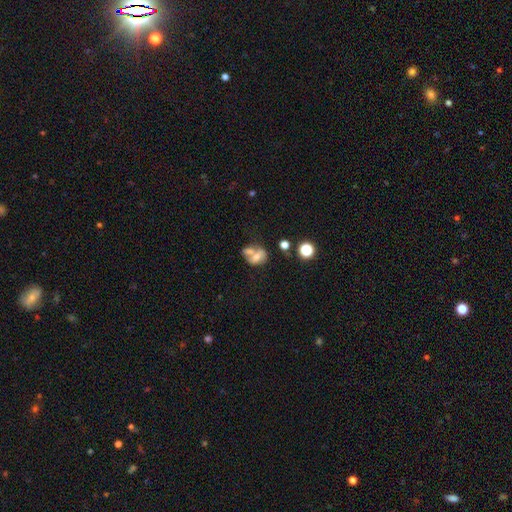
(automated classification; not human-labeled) smooth_or_featured: smooth (p=0.54) [alt: featured or disk p=0.33]
how_rounded: in between (p=0.61) [alt: round p=0.37]
merging: merger (p=0.58) [alt: none p=0.23]